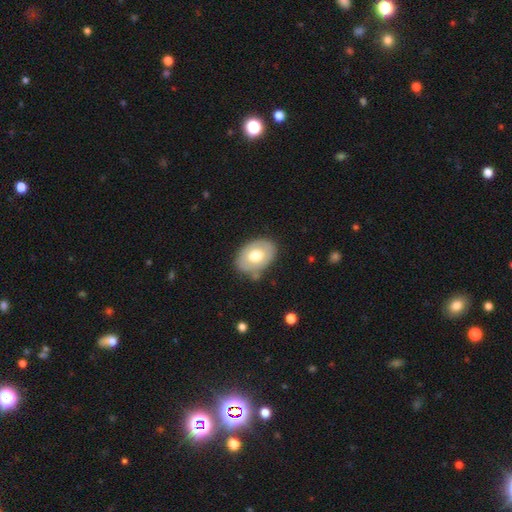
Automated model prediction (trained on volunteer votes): This is likely a smooth galaxy (63%). How rounded: clearly in between (81%). Merging: likely none (72%).